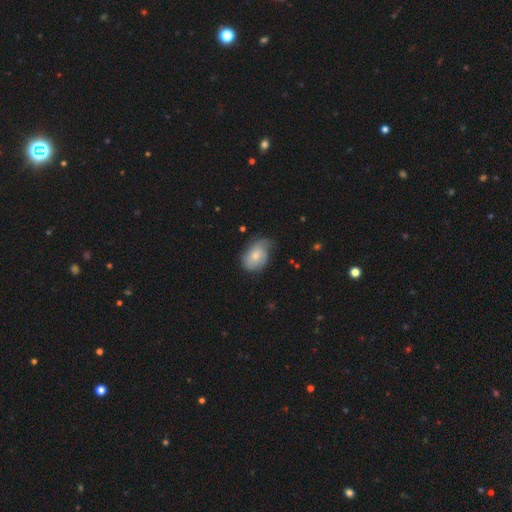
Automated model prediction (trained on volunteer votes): Smooth or featured? smooth (64%)
How rounded? in between (79%)
Merging? none (48%)